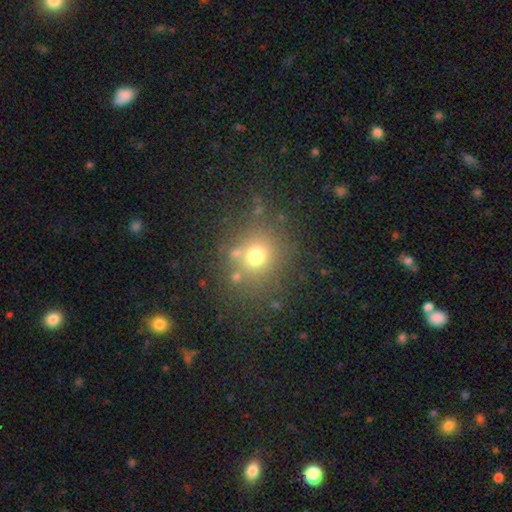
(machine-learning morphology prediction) Smooth or featured? smooth (68%)
How rounded? round (82%)
Merging? none (76%)